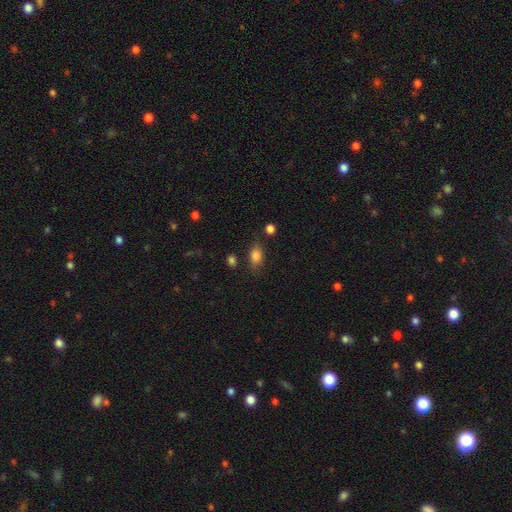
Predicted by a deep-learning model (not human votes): Smooth or featured?
  - smooth: 84% *
  - star or artifact: 10%
  - featured or disk: 6%
How rounded?
  - in between: 83% *
  - round: 14%
  - cigar-shaped: 3%
Merging?
  - none: 76% *
  - minor disturbance: 15%
  - major disturbance: 4%
  - merger: 4%